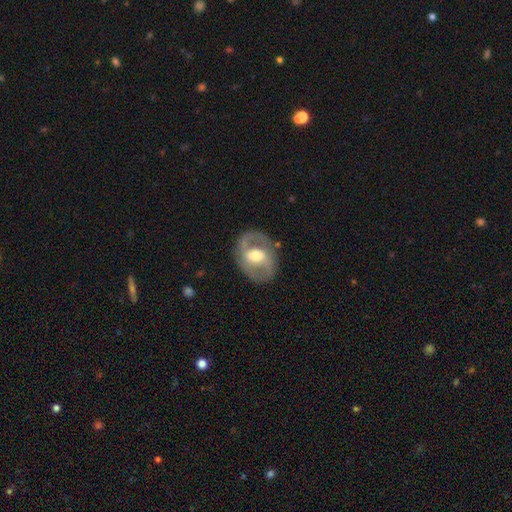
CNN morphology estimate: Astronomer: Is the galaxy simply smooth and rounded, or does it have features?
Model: featured or disk — 76%.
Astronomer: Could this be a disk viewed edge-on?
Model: no — 96%.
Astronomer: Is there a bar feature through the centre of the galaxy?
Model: weak — 44% (runner-up: strong, 35%).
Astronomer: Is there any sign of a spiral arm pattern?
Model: yes — 77%.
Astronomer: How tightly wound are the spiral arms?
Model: medium — 52%.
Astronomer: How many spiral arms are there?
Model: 2 — 86%.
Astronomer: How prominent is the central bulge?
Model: moderate — 69%.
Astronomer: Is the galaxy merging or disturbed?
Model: none — 80%.